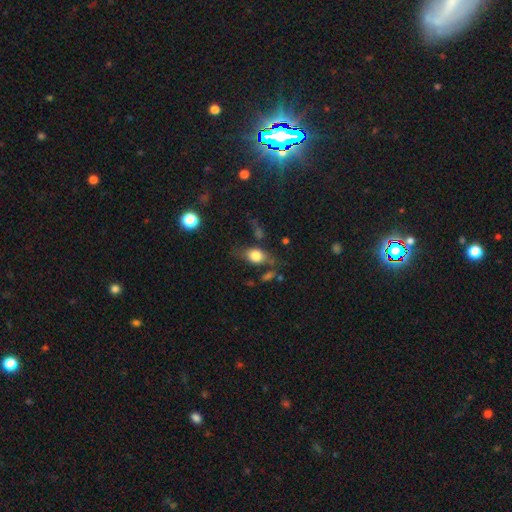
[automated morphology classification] Smooth or featured: smooth — 71% (featured or disk — 19%)
How rounded: in between — 68% (round — 27%)
Merging: none — 56% (minor disturbance — 24%)